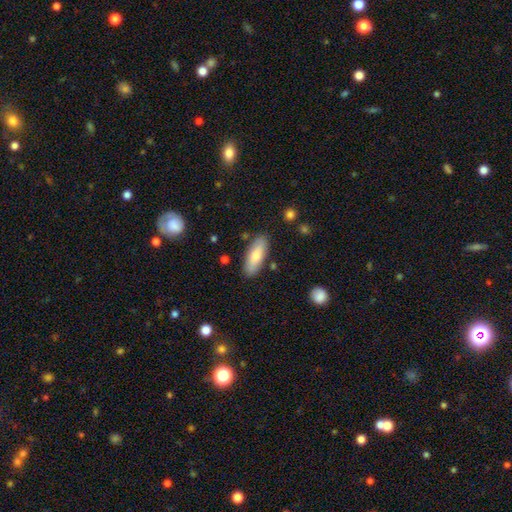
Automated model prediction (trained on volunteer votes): Smooth or featured? smooth (72%)
How rounded? in between (67%)
Merging? none (85%)